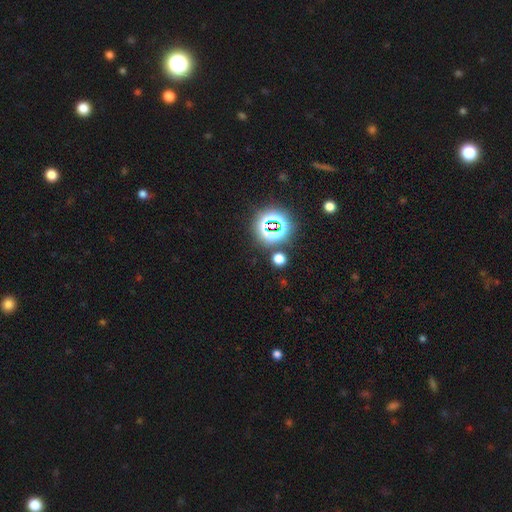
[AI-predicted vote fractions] Smooth or featured? star or artifact (79%)